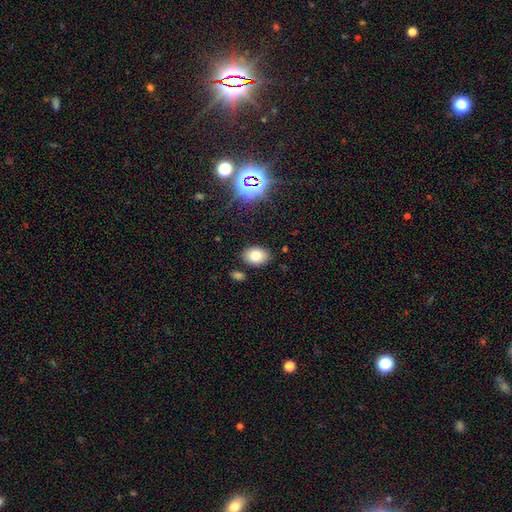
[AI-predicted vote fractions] Smooth or featured: smooth — 79% (star or artifact — 12%)
How rounded: in between — 82% (round — 17%)
Merging: none — 84% (minor disturbance — 10%)